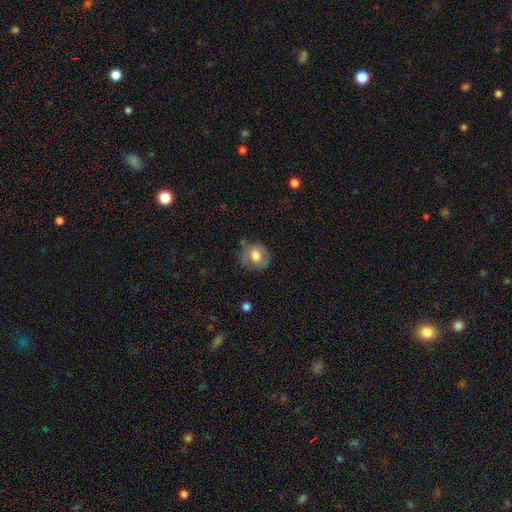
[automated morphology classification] A smooth galaxy with no disk features (68%) that is round (77%).

Vote fractions:
- Smooth or featured? smooth: 68% / featured or disk: 24% / star or artifact: 8%
- How rounded? round: 77% / in between: 22% / cigar-shaped: 1%
- Merging? none: 68% / minor disturbance: 23% / major disturbance: 7% / merger: 2%